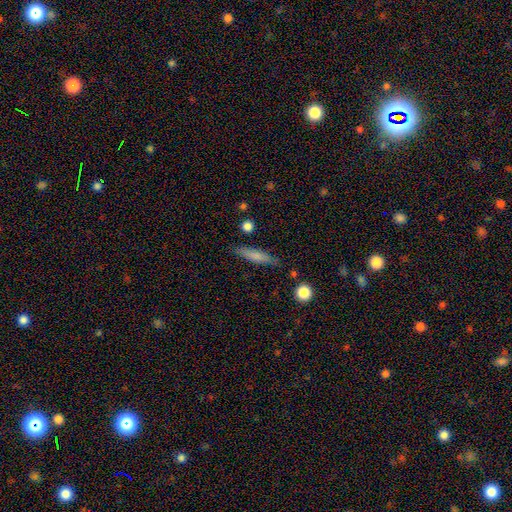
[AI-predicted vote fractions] Smooth or featured? Predicted: smooth (p=0.69). How rounded? Predicted: cigar-shaped (p=0.83). Merging? Predicted: none (p=0.81).